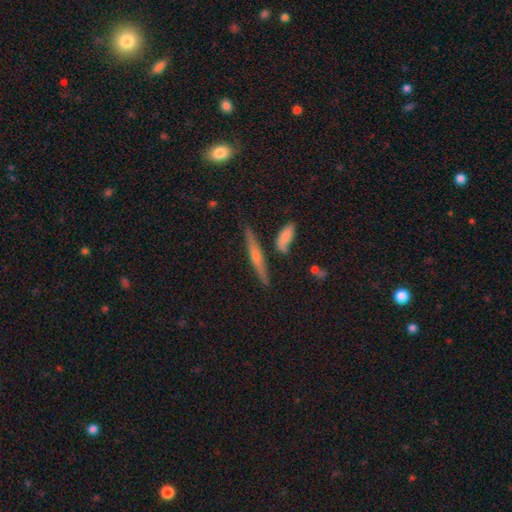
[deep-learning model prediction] Smooth or featured: featured or disk — 59% (smooth — 32%)
Edge-on disk: yes — 96% (no — 4%)
Edge-on bulge: rounded — 68% (none — 23%)
Merging: none — 83% (minor disturbance — 10%)